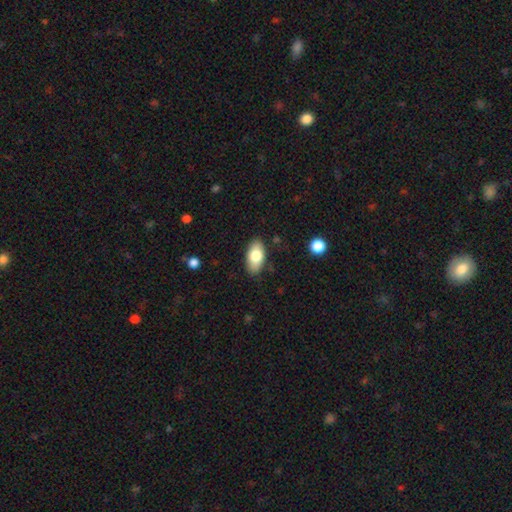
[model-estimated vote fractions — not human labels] Smooth or featured?
  - smooth: 77% *
  - featured or disk: 16%
  - star or artifact: 7%
How rounded?
  - in between: 93% *
  - round: 4%
  - cigar-shaped: 3%
Merging?
  - none: 85% *
  - minor disturbance: 11%
  - major disturbance: 2%
  - merger: 1%